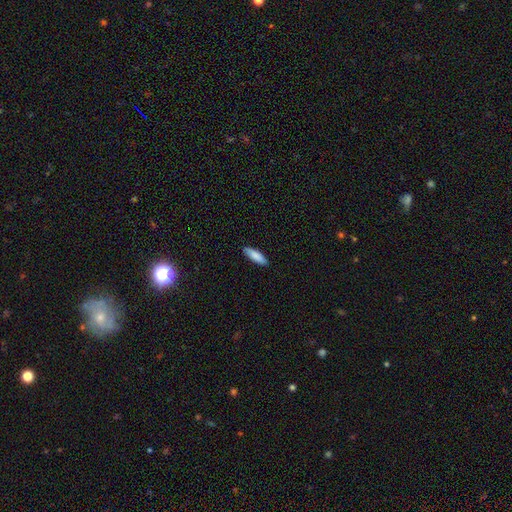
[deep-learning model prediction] A smooth galaxy with no disk features (85%) that is cigar-shaped (56%). Merging: none (89%).